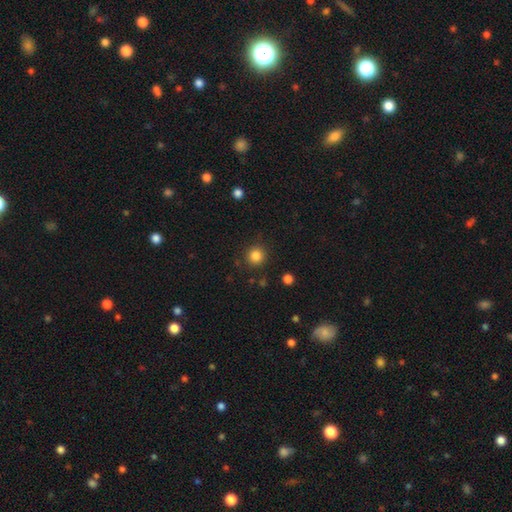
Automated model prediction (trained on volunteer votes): smooth-or-featured: smooth: 84% | star or artifact: 12% | featured or disk: 4%
  how-rounded: round: 94% | in between: 5% | cigar-shaped: 1%
  merging: none: 89% | minor disturbance: 7% | major disturbance: 3% | merger: 2%